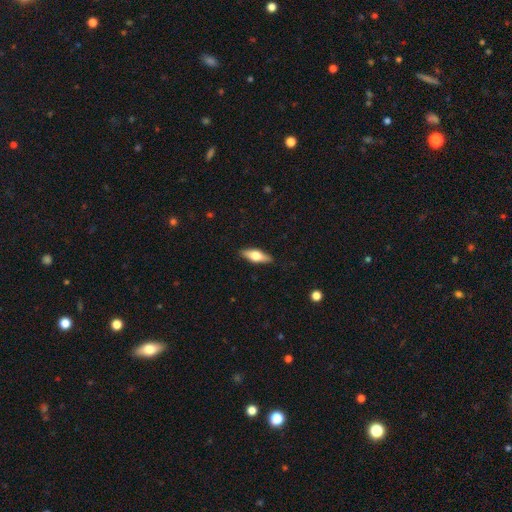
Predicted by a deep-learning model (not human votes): Smooth or featured: smooth — 51% (featured or disk — 43%)
How rounded: in between — 60% (cigar-shaped — 37%)
Merging: none — 89% (minor disturbance — 8%)